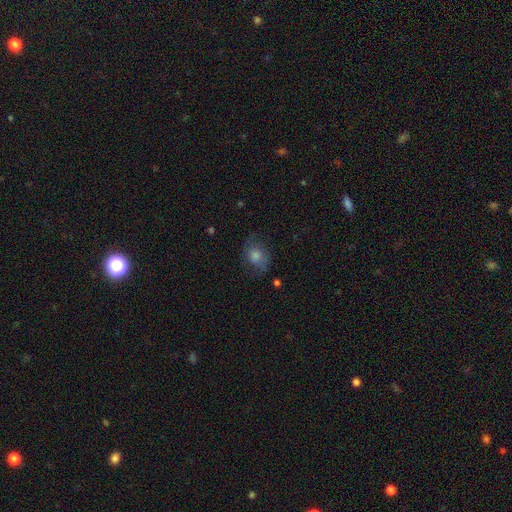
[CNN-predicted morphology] This appears to be a smooth galaxy with no disk features (57%) that is round (54%). Merging: none (67%).